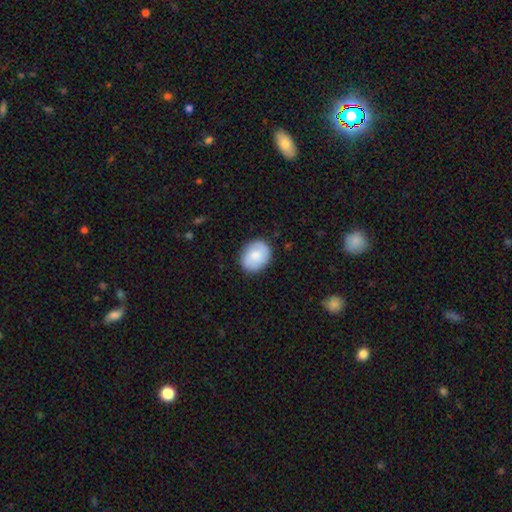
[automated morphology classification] A smooth galaxy with no disk features (69%) that is in between round and cigar-shaped (50%). Merging: none (84%).